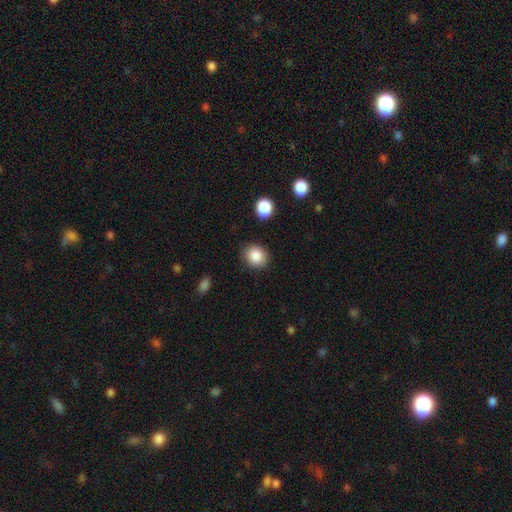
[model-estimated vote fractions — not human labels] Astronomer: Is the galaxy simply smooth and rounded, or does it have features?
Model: smooth — 87%.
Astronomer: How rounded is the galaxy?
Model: round — 76%.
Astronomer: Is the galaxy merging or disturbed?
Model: none — 86%.